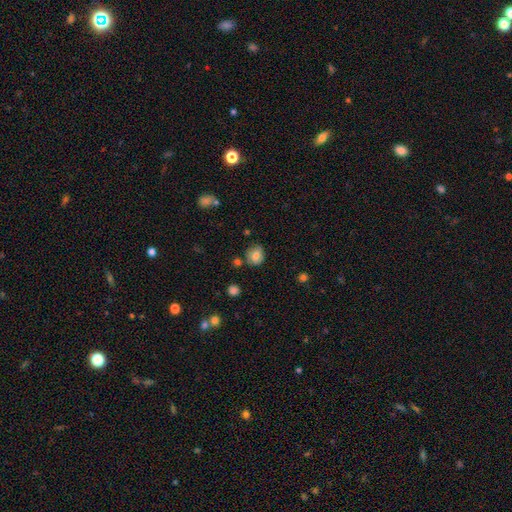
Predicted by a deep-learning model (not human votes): Overall: smooth (73%). How rounded: round (79%). Merging: none (75%).